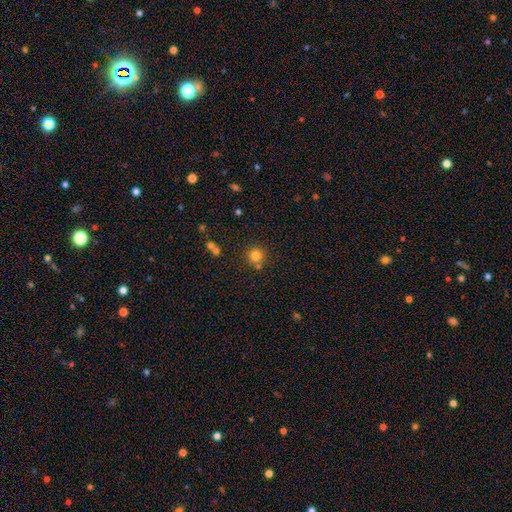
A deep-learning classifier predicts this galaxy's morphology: A smooth galaxy with no disk features (78%) that is round (93%).

Vote fractions:
- Smooth or featured? smooth: 78% / star or artifact: 14% / featured or disk: 8%
- How rounded? round: 93% / in between: 6% / cigar-shaped: 1%
- Merging? none: 75% / merger: 14% / minor disturbance: 9% / major disturbance: 3%